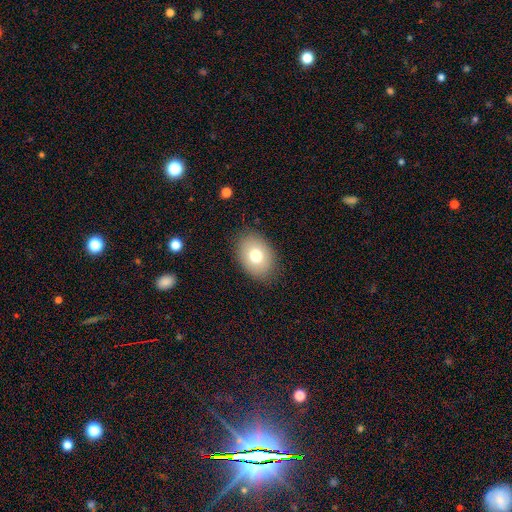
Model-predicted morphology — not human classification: This appears to be a smooth galaxy with no disk features (75%) that is in between round and cigar-shaped (75%). Merging: none (85%).